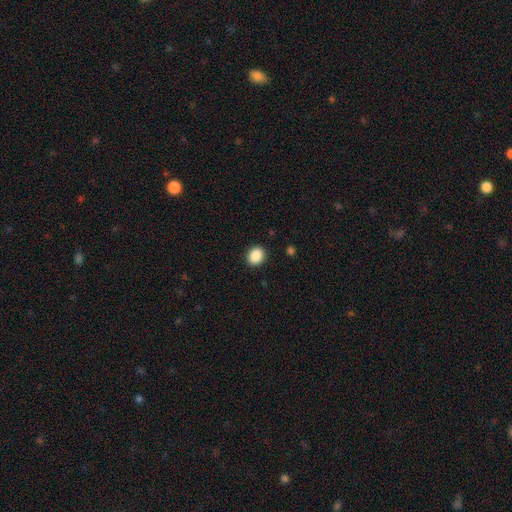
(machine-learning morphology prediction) This appears to be a smooth galaxy with no disk features (88%) that is round (60%). Merging: none (91%).